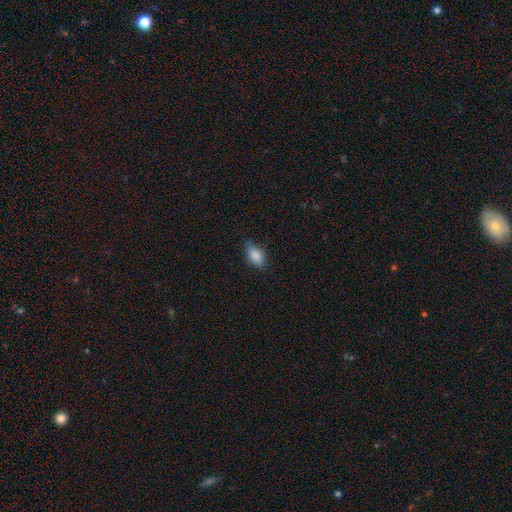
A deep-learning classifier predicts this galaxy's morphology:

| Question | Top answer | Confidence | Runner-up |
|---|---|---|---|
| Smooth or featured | smooth | 86% | star or artifact (8%) |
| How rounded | in between | 89% | round (6%) |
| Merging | none | 69% | minor disturbance (25%) |